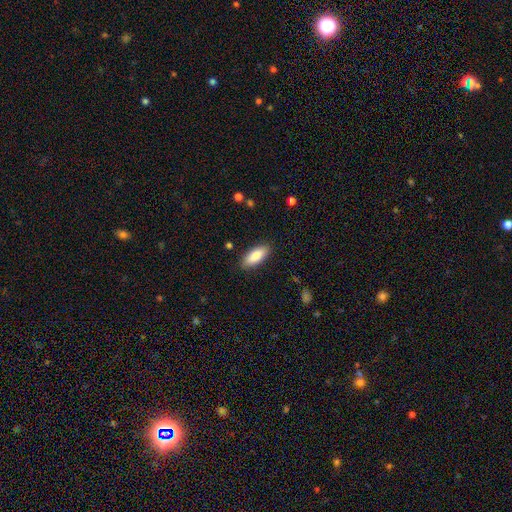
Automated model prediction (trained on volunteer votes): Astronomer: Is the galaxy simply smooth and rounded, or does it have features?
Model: smooth — 83%.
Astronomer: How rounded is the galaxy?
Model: in between — 80%.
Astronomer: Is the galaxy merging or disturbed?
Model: none — 88%.